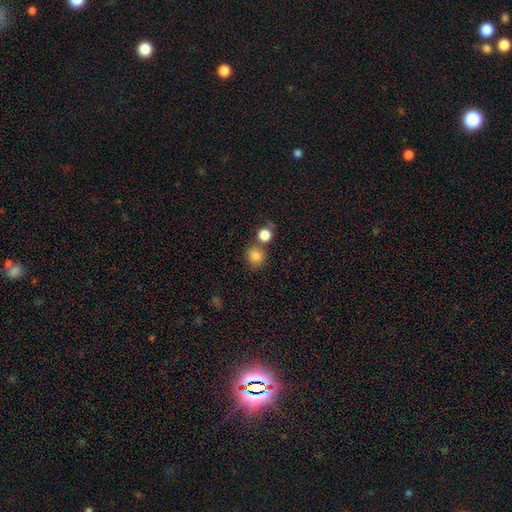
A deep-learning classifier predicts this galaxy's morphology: Smooth or featured: smooth — 83% (star or artifact — 12%)
How rounded: round — 82% (in between — 17%)
Merging: none — 67% (merger — 19%)